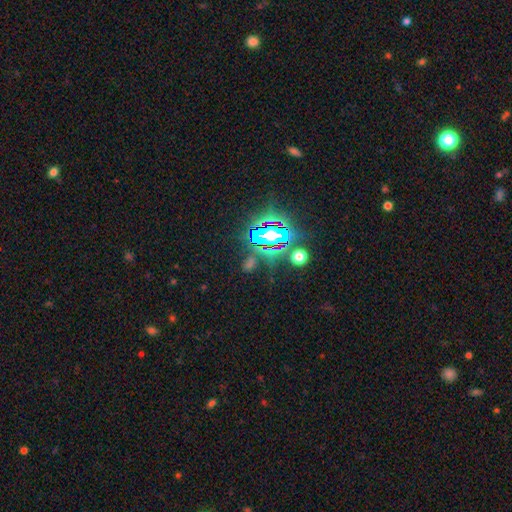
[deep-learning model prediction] Morphology: type=star or artifact (83%).